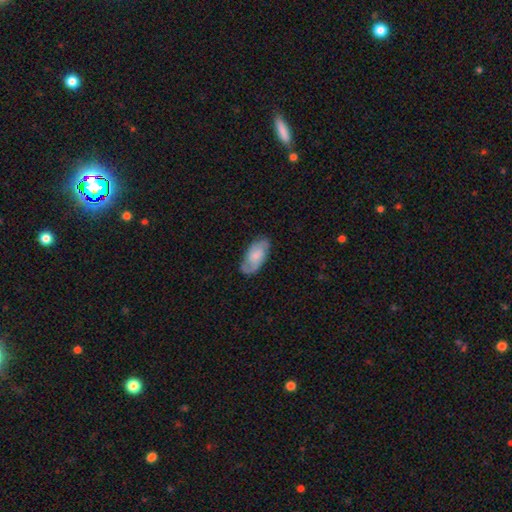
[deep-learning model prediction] Morphology: type=featured or disk (48%); merging=none (80%).